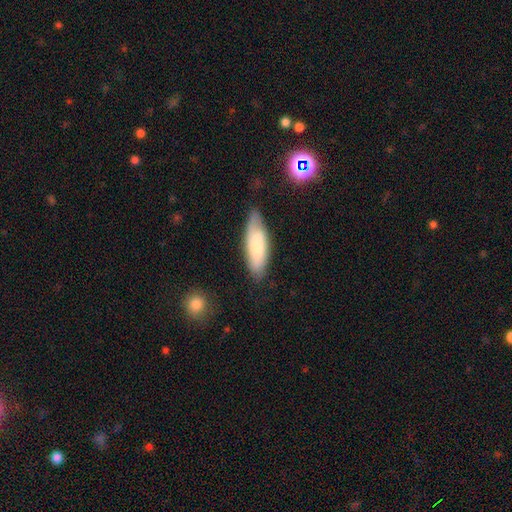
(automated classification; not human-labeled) The model was most divided on "how rounded": in between: 61%, cigar-shaped: 37%, round: 2%. More confident: merging — none (72%); smooth or featured — smooth (72%).